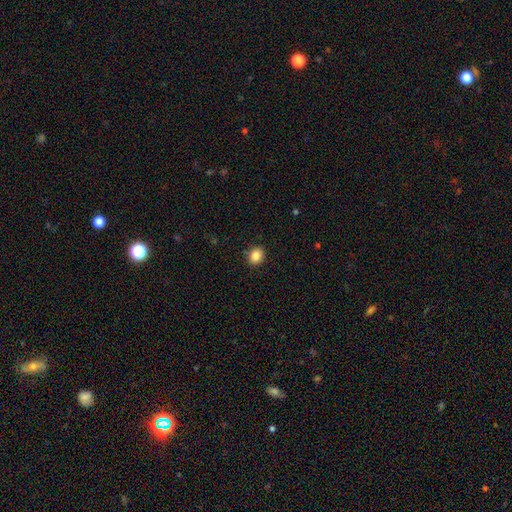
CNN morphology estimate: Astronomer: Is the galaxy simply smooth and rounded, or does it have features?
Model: smooth — 86%.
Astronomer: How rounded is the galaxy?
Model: round — 60% (runner-up: in between, 39%).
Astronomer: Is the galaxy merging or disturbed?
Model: none — 90%.